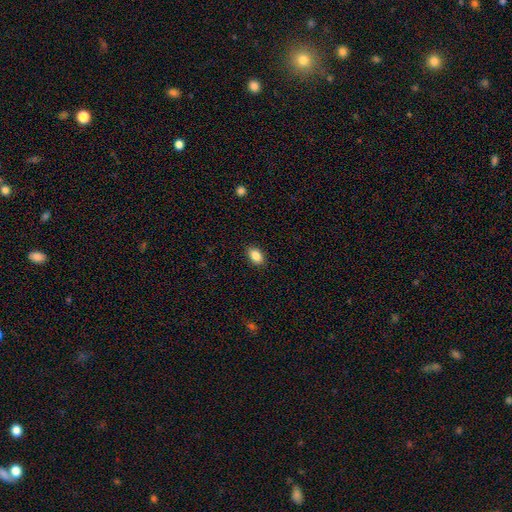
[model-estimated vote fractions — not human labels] Overall: smooth (87%). How rounded: in between (88%). Merging: none (89%).